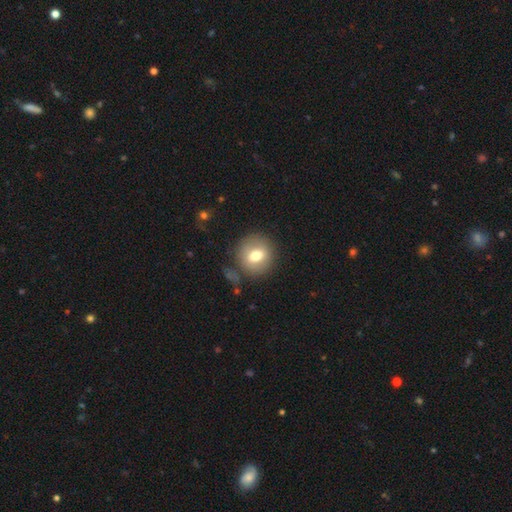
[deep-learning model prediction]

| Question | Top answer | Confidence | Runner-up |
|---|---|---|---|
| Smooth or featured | smooth | 68% | featured or disk (23%) |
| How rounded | round | 86% | in between (13%) |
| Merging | none | 81% | minor disturbance (11%) |